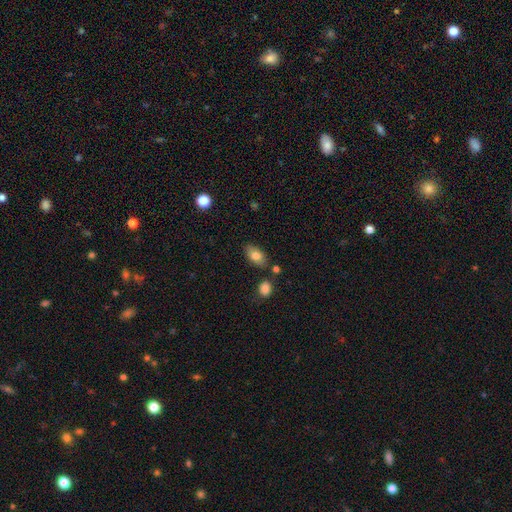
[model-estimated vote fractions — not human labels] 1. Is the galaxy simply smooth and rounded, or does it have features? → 79% smooth, 14% featured or disk, 7% star or artifact.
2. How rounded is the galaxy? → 90% in between, 7% round, 2% cigar-shaped.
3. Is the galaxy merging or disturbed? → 78% none, 13% minor disturbance, 6% merger, 3% major disturbance.